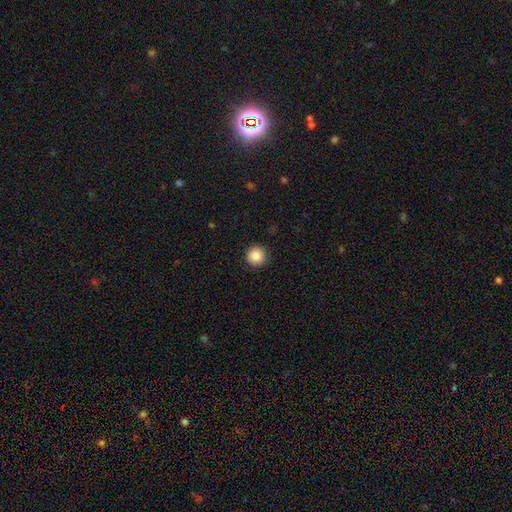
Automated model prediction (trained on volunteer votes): Smooth or featured: smooth — 88% (star or artifact — 9%)
How rounded: round — 95% (in between — 4%)
Merging: none — 91% (minor disturbance — 6%)